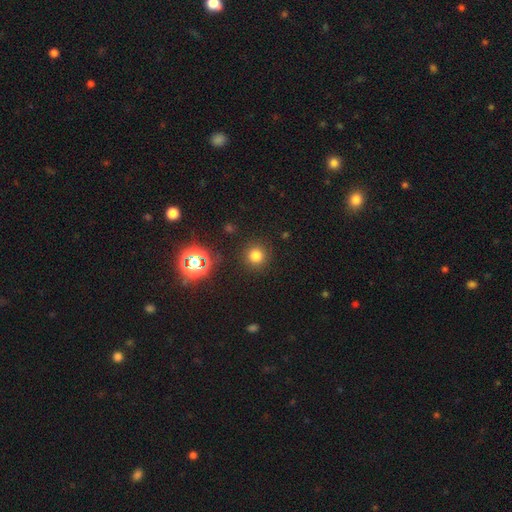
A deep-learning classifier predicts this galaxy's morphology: Smooth or featured?
  - smooth: 75% *
  - star or artifact: 20%
  - featured or disk: 6%
How rounded?
  - round: 94% *
  - in between: 5%
  - cigar-shaped: 1%
Merging?
  - none: 90% *
  - minor disturbance: 6%
  - major disturbance: 3%
  - merger: 1%